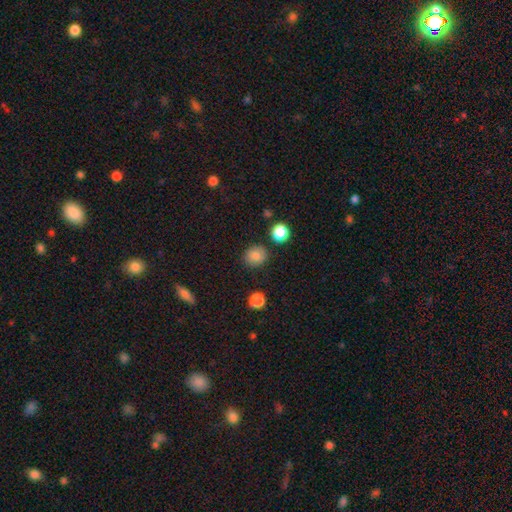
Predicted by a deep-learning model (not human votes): Morphology: type=smooth (83%); roundness=round (79%); merging=none (85%).